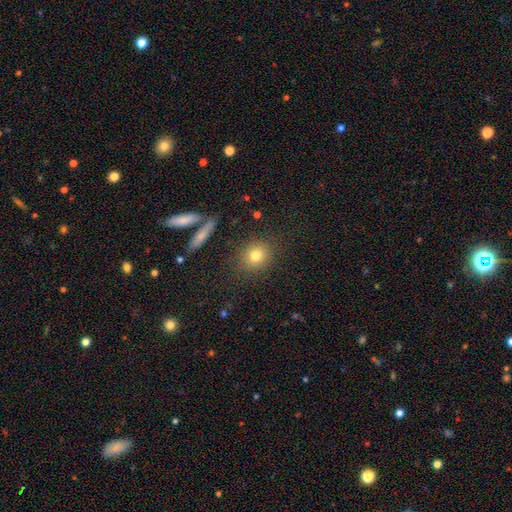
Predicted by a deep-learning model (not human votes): The model was most divided on "how rounded": round: 77%, in between: 21%, cigar-shaped: 2%. More confident: merging — none (86%); smooth or featured — smooth (78%).